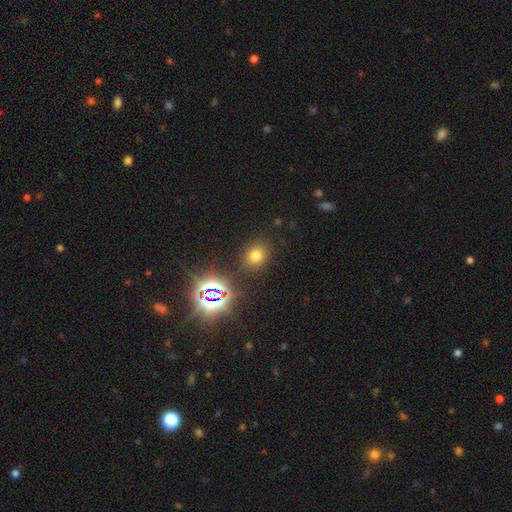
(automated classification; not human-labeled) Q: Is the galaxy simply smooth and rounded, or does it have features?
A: smooth — 67%.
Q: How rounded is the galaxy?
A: round — 63%.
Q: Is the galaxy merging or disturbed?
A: none — 84%.